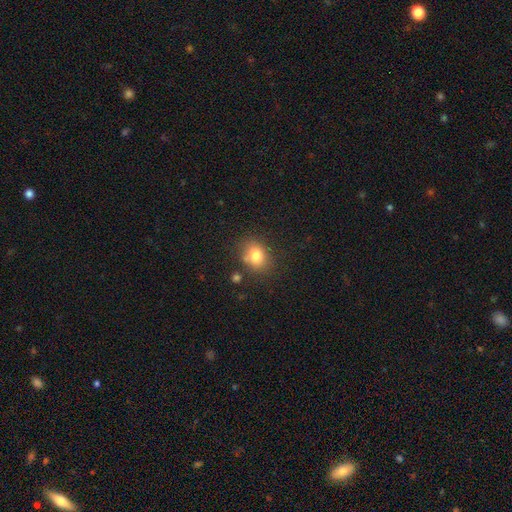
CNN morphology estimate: The model was most divided on "how rounded": in between: 53%, round: 46%, cigar-shaped: 1%. More confident: smooth or featured — smooth (80%); merging — none (73%).